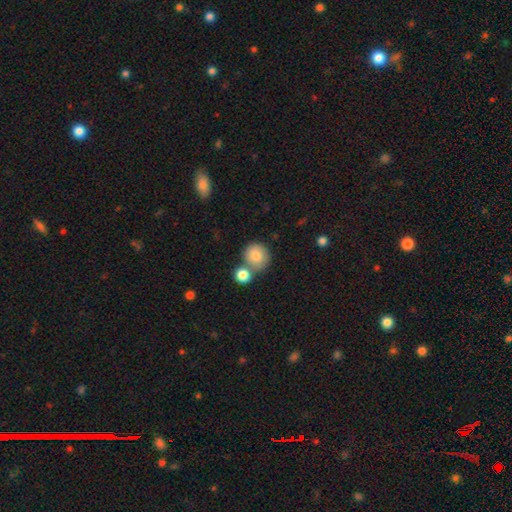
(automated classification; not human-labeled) Q: Smooth or featured?
A: smooth (84%); runner-up: featured or disk (9%)
Q: How rounded?
A: round (88%); runner-up: in between (11%)
Q: Merging?
A: none (53%); runner-up: merger (32%)